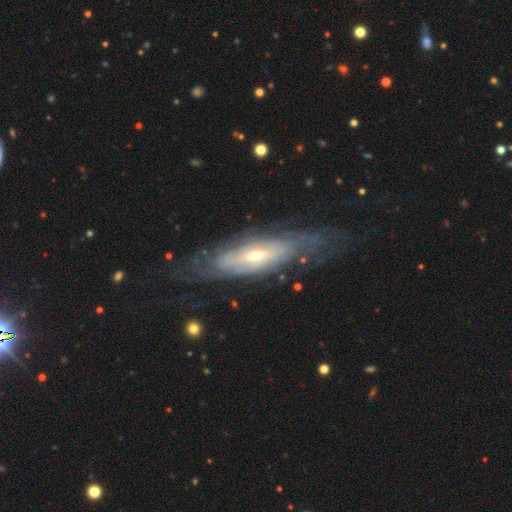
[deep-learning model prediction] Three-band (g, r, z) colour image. It shows a featured or disk galaxy (78%) with no bar (53%), spiral arms (73%) and a moderate central bulge (48%). Merging: none (69%).